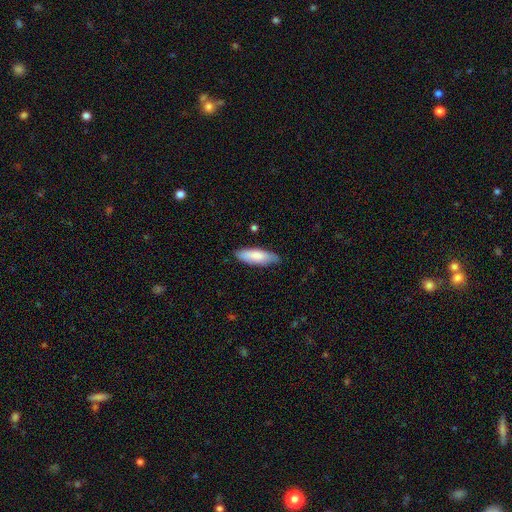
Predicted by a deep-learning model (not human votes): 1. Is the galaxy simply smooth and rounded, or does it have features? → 82% smooth, 13% featured or disk, 5% star or artifact.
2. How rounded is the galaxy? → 57% in between, 41% cigar-shaped, 2% round.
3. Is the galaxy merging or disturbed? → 78% none, 18% minor disturbance, 3% major disturbance, 1% merger.